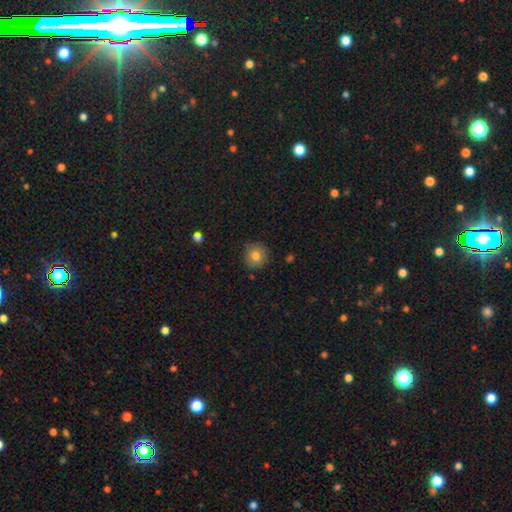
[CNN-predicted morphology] Smooth or featured? smooth (80%)
How rounded? round (92%)
Merging? none (86%)